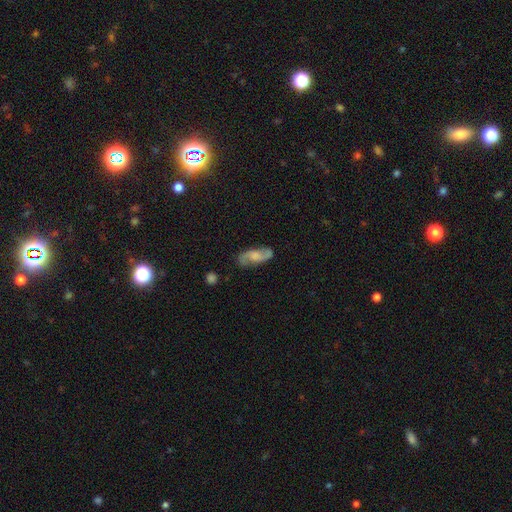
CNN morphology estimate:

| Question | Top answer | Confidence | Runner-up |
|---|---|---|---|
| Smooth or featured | featured or disk | 69% | smooth (24%) |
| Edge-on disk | no | 91% | yes (9%) |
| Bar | no | 56% | weak (37%) |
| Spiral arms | yes | 93% | no (7%) |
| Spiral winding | loose | 45% | medium (41%) |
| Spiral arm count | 2 | 90% | can't tell (5%) |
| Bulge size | moderate | 33% | small (26%) |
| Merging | none | 78% | minor disturbance (15%) |